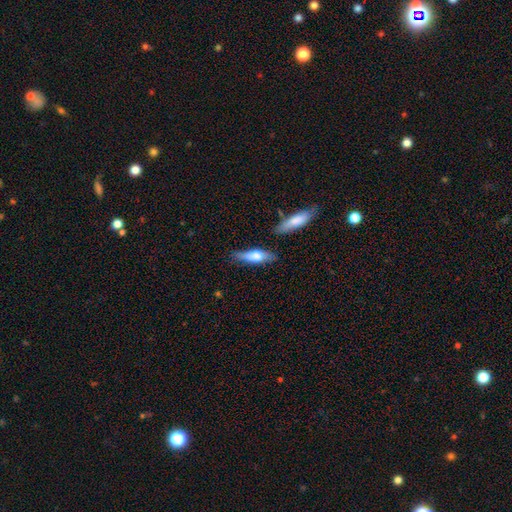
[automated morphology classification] smooth_or_featured: smooth (p=0.56) [alt: featured or disk p=0.38]
how_rounded: cigar-shaped (p=0.61) [alt: in between p=0.37]
merging: none (p=0.69) [alt: minor disturbance p=0.20]